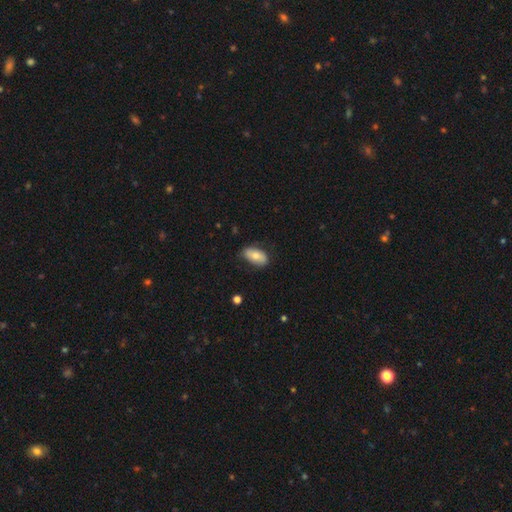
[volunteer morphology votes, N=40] smooth_or_featured: smooth (p=0.82) [alt: featured or disk p=0.15]
how_rounded: in between (p=0.94) [alt: round p=0.03]
merging: none (p=0.74) [alt: minor disturbance p=0.18]